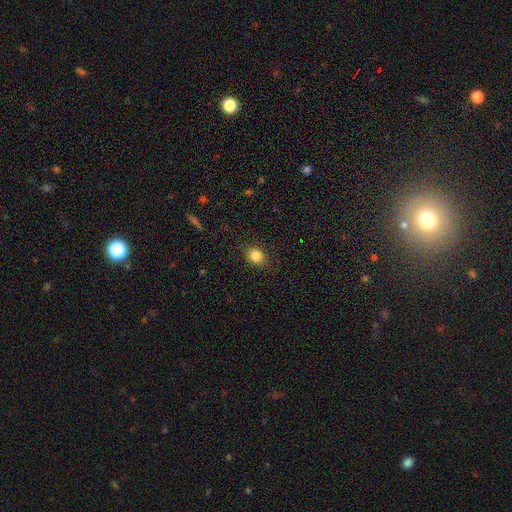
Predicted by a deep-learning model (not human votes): The model was most divided on "how rounded": in between: 50%, round: 49%, cigar-shaped: 1%. More confident: merging — none (87%); smooth or featured — smooth (84%).